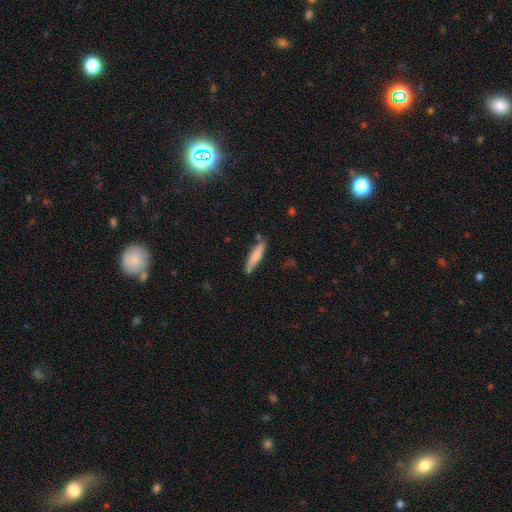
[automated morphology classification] Q: Smooth or featured?
A: smooth (76%); runner-up: featured or disk (19%)
Q: How rounded?
A: cigar-shaped (84%); runner-up: in between (15%)
Q: Merging?
A: none (79%); runner-up: minor disturbance (15%)